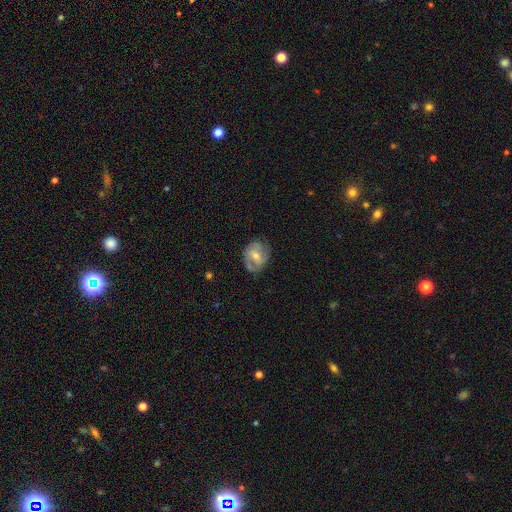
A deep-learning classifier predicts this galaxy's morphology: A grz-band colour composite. It shows a featured or disk galaxy (53%) with a weak bar (42%), spiral arms (65%) and a moderate central bulge (58%). Merging: none (69%).